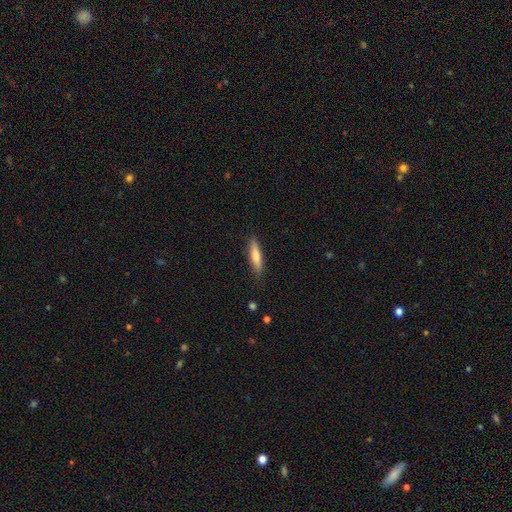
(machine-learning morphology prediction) A smooth galaxy with no disk features (70%) that is cigar-shaped (82%).

Vote fractions:
- Smooth or featured? smooth: 70% / featured or disk: 24% / star or artifact: 6%
- How rounded? cigar-shaped: 82% / in between: 17% / round: 1%
- Merging? none: 87% / minor disturbance: 10% / major disturbance: 2% / merger: 1%